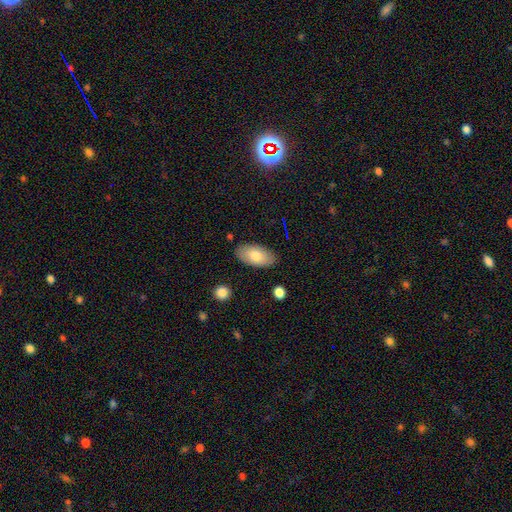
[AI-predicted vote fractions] This appears to be a smooth galaxy with no disk features (76%) that is in between round and cigar-shaped (95%). Merging: none (84%).